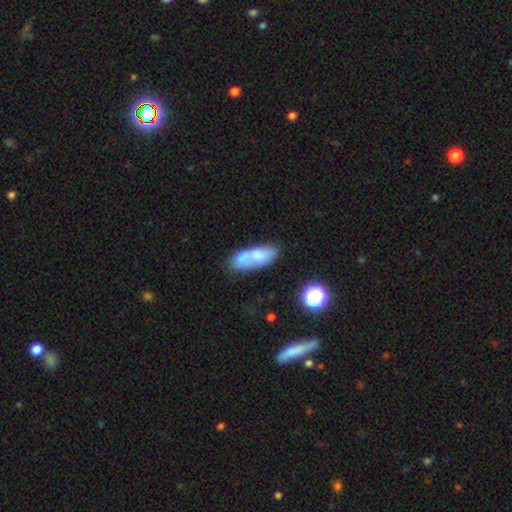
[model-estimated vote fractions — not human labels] smooth 62%, featured or disk 28%, star or artifact 10%. Down the decision tree: how rounded — in between (72%); merging — none (44%).